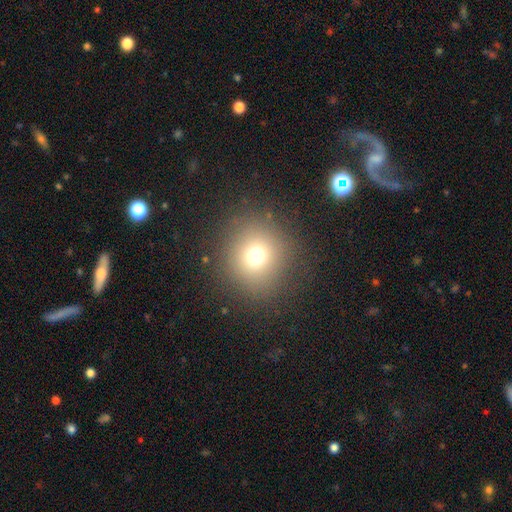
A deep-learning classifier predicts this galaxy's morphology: type=smooth (71%); roundness=round (86%); merging=none (87%).